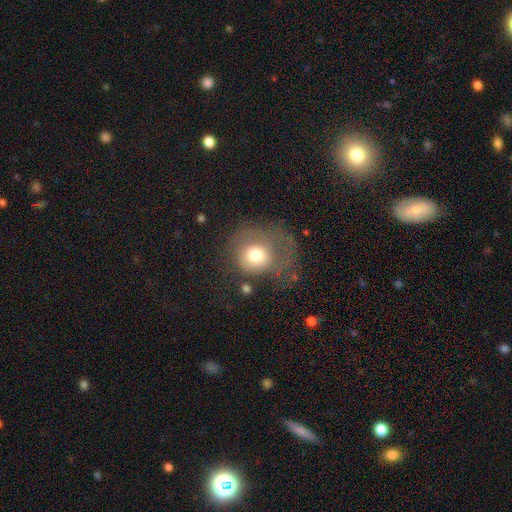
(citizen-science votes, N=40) Smooth or featured? smooth (68%)
How rounded? round (93%)
Merging? major disturbance (49%)